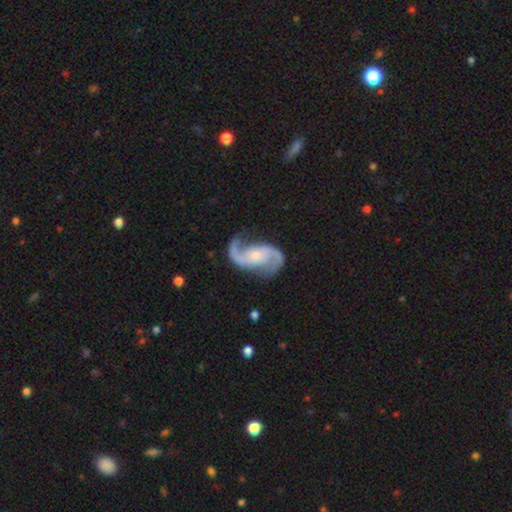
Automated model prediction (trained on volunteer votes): smooth-or-featured: featured or disk: 92% | star or artifact: 4% | smooth: 4%
  disk-edge-on: no: 98% | yes: 2%
    bar: no: 51% | weak: 36% | strong: 13%
    has-spiral-arms: yes: 98% | no: 2%
      spiral-winding: loose: 48% | medium: 43% | tight: 9%
      spiral-arm-count: 2: 94% | 1: 2% | can't tell: 1% | 3: 1% | 4: 1% | more than 4: 1%
    bulge-size: small: 46% | moderate: 39% | none: 8% | large: 6% | dominant: 1%
  merging: none: 77% | minor disturbance: 14% | major disturbance: 7% | merger: 2%